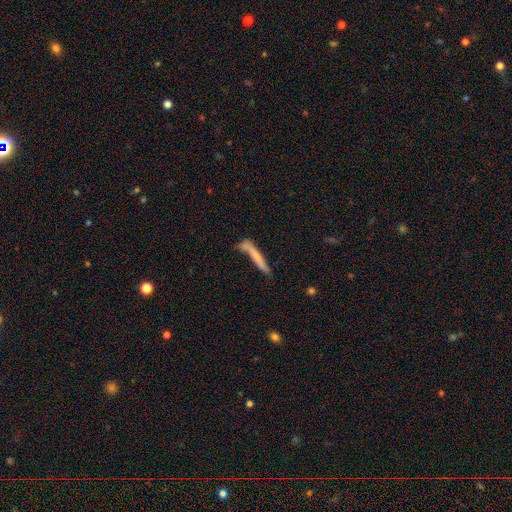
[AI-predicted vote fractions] Morphology: type=smooth (66%); roundness=cigar-shaped (94%); merging=none (55%).